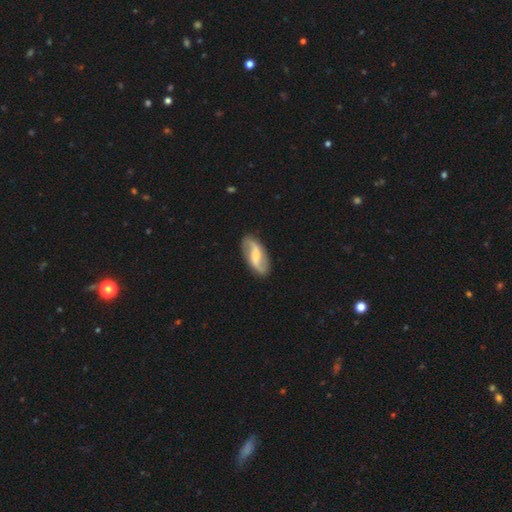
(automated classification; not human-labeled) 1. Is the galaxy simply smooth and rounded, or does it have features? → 82% featured or disk, 14% smooth, 5% star or artifact.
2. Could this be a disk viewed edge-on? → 96% no, 4% yes.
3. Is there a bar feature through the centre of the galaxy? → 47% weak, 32% strong, 21% no.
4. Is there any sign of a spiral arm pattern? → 95% yes, 5% no.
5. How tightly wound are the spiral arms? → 67% loose, 25% medium, 8% tight.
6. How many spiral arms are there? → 93% 2, 2% can't tell, 2% 1, 1% 3, 1% 4, 1% more than 4.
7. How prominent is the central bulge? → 41% moderate, 37% small, 13% none, 7% large, 2% dominant.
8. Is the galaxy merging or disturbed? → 86% none, 10% minor disturbance, 3% major disturbance, 1% merger.